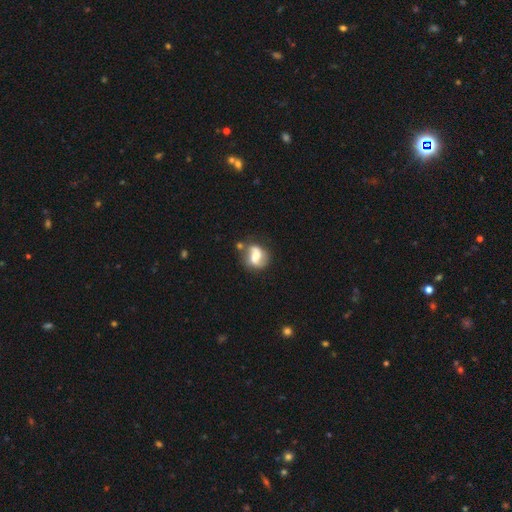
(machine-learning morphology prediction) A featured or disk galaxy (64%) with a weak bar (40%), 2 (83%) loose (48%) spiral arms (84%) and a moderate central bulge (43%).

Vote fractions:
- Smooth or featured? featured or disk: 64% / smooth: 29% / star or artifact: 8%
- Edge-on disk? no: 97% / yes: 3%
- Bar? weak: 40% / strong: 30% / no: 30%
- Spiral arms? yes: 84% / no: 16%
- Spiral winding? loose: 48% / medium: 37% / tight: 15%
- Spiral arm count? 2: 83% / 1: 8% / can't tell: 6% / 3: 1% / 4: 1% / more than 4: 1%
- Bulge size? moderate: 43% / large: 24% / small: 20% / none: 8% / dominant: 4%
- Merging? none: 61% / minor disturbance: 20% / merger: 11% / major disturbance: 9%